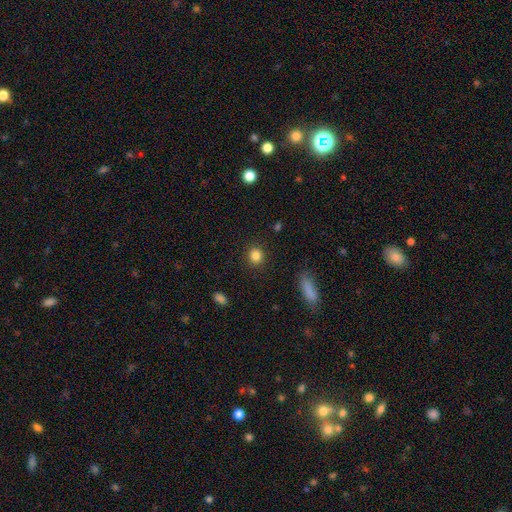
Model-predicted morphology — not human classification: A smooth galaxy with no disk features (84%) that is round (84%). Merging: none (90%).